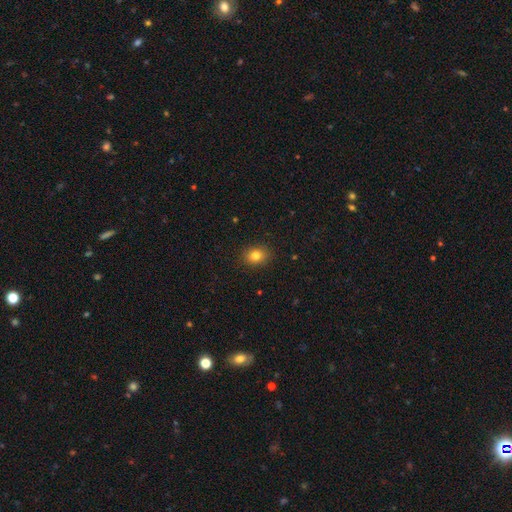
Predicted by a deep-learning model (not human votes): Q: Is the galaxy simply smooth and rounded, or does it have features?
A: smooth — 81%.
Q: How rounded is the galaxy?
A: in between — 51%.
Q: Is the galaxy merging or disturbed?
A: none — 89%.